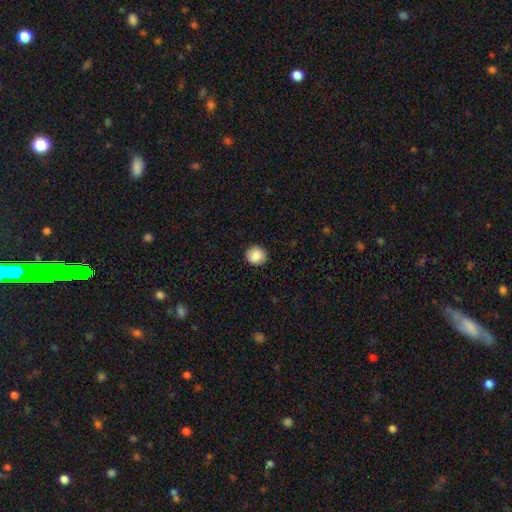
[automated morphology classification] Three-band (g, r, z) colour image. It shows a smooth galaxy with no disk features (89%) that is round (93%). Merging: none (92%).